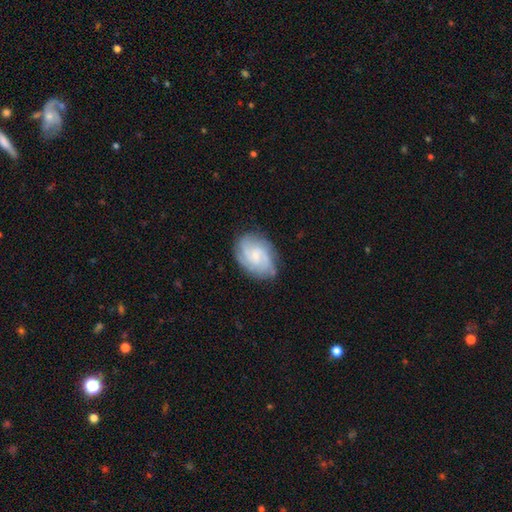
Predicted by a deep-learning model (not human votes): The model was most divided on "spiral arm count": can't tell: 30%, 2: 26%, 3: 25%, 4: 10%, 1: 5%, more than 4: 4%. Remaining: edge-on disk — no (97%); spiral arms — yes (93%); merging — none (75%); smooth or featured — featured or disk (72%); bulge size — small (61%); bar — no (55%); spiral winding — tight (49%).